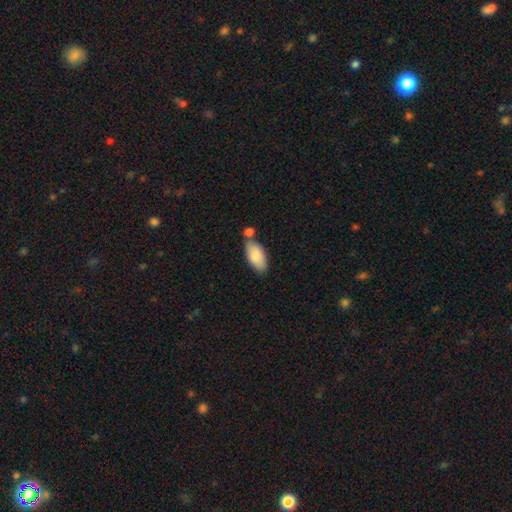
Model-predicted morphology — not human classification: Smooth or featured? smooth (83%)
How rounded? in between (92%)
Merging? none (58%)